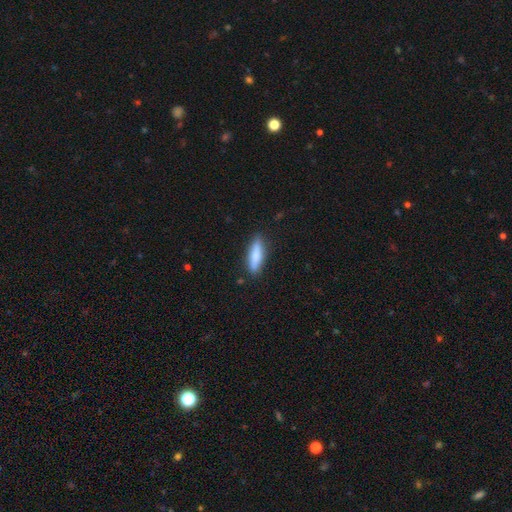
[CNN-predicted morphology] Smooth or featured? Predicted: smooth (p=0.77). How rounded? Predicted: cigar-shaped (p=0.62). Merging? Predicted: none (p=0.86).